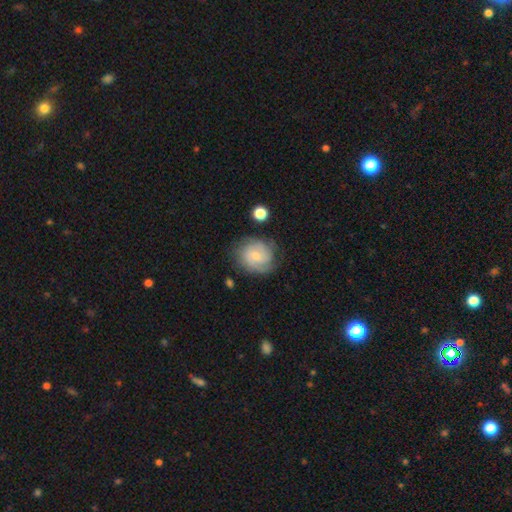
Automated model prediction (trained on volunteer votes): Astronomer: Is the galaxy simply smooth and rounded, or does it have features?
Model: featured or disk — 59%.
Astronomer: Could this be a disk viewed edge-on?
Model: no — 98%.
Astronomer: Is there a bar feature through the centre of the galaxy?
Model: no — 61%.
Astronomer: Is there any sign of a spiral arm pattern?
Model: yes — 89%.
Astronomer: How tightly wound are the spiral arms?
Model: tight — 54% (runner-up: medium, 35%).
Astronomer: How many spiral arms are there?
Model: can't tell — 35% (runner-up: 2, 32%).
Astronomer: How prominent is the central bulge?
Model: small — 62%.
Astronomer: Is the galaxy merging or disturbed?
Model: none — 71%.